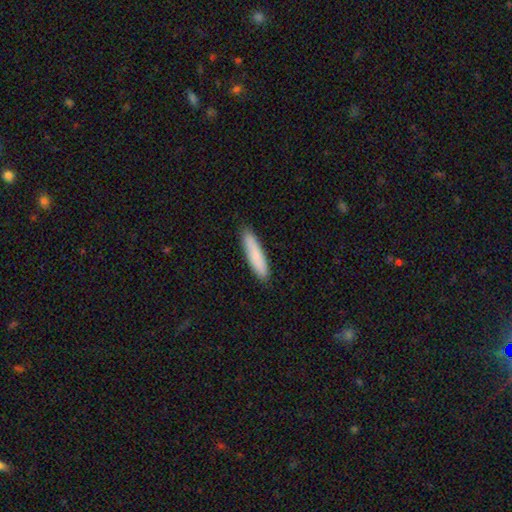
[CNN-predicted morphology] Smooth or featured?
  - smooth: 82% *
  - featured or disk: 12%
  - star or artifact: 5%
How rounded?
  - cigar-shaped: 80% *
  - in between: 18%
  - round: 1%
Merging?
  - none: 88% *
  - minor disturbance: 9%
  - major disturbance: 2%
  - merger: 1%